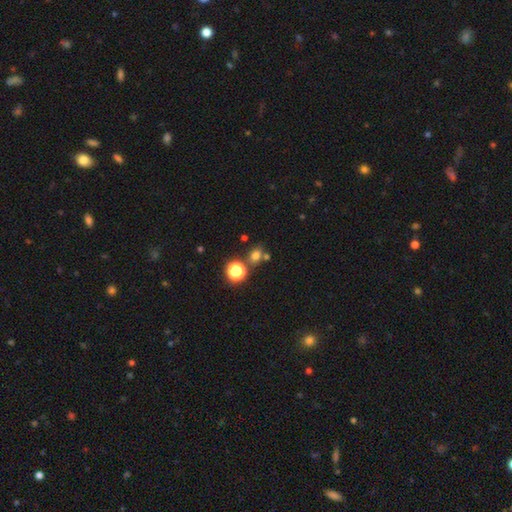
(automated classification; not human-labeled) Smooth or featured? Predicted: smooth (p=0.70). How rounded? Predicted: round (p=0.54). Merging? Predicted: none (p=0.68).